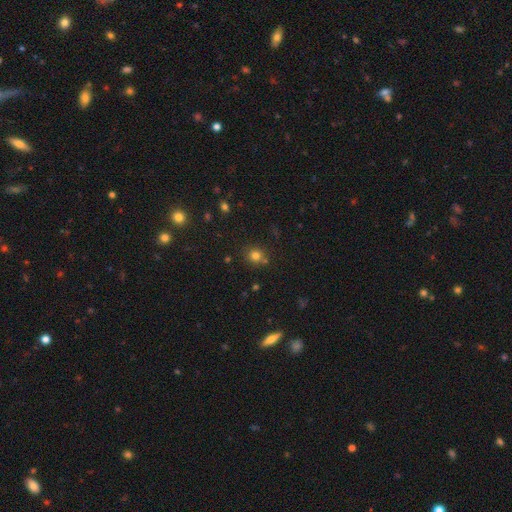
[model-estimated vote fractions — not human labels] smooth_or_featured: smooth (p=0.76) [alt: star or artifact p=0.17]
how_rounded: round (p=0.86) [alt: in between p=0.13]
merging: none (p=0.73) [alt: merger p=0.13]